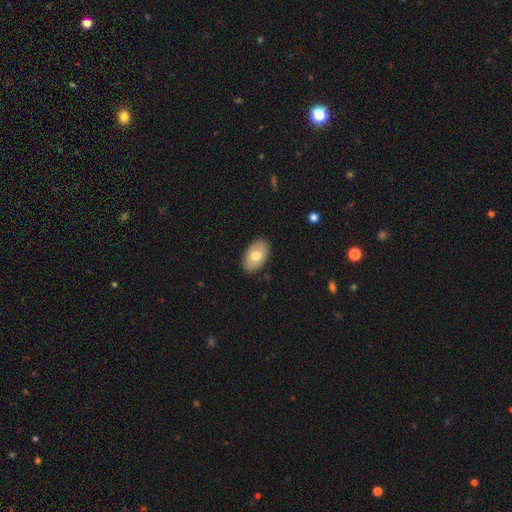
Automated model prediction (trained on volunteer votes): smooth 71%, featured or disk 23%, star or artifact 6%. Down the decision tree: how rounded — in between (93%); merging — none (88%).